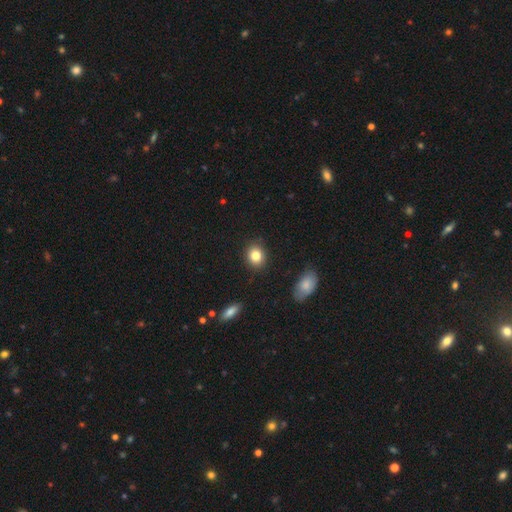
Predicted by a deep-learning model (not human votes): Smooth or featured: smooth — 84% (star or artifact — 9%)
How rounded: round — 61% (in between — 38%)
Merging: none — 88% (minor disturbance — 9%)